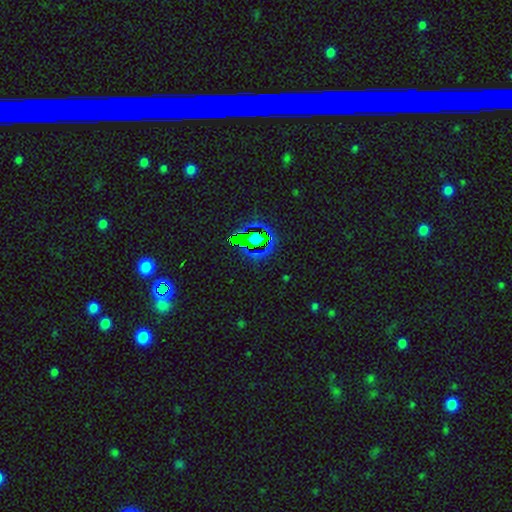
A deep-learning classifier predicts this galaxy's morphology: A star or artifact, not a galaxy (66%).

Vote fractions:
- Smooth or featured? star or artifact: 66% / featured or disk: 18% / smooth: 17%